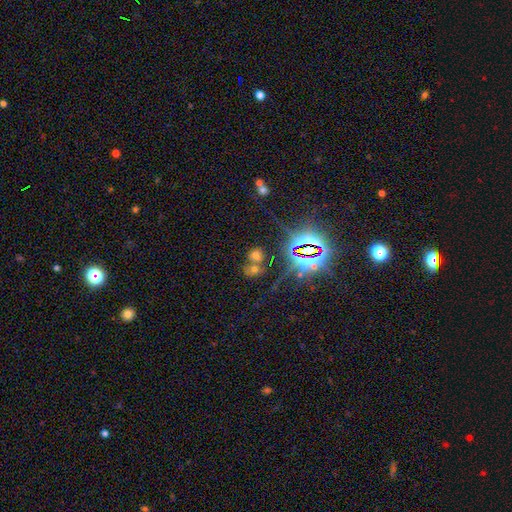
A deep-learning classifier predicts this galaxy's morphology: smooth_or_featured: star or artifact (p=0.47) [alt: smooth p=0.42]